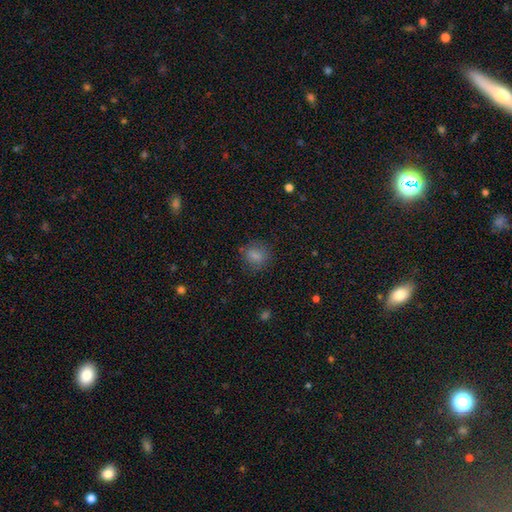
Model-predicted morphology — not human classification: The model was most divided on "how rounded": round: 70%, in between: 29%, cigar-shaped: 1%. More confident: smooth or featured — smooth (81%); merging — none (80%).